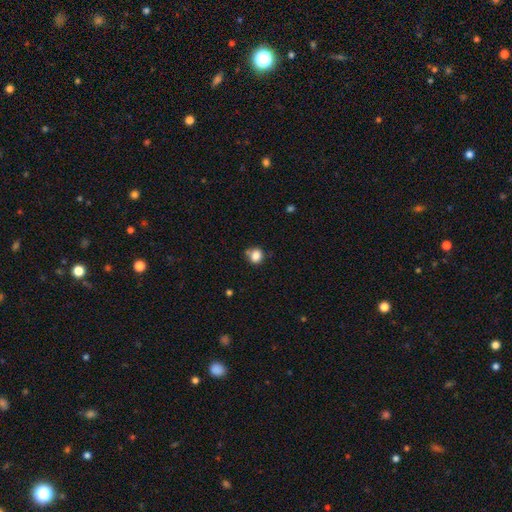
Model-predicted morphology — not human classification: This appears to be a smooth galaxy with no disk features (84%) that is round (79%). Merging: none (67%).